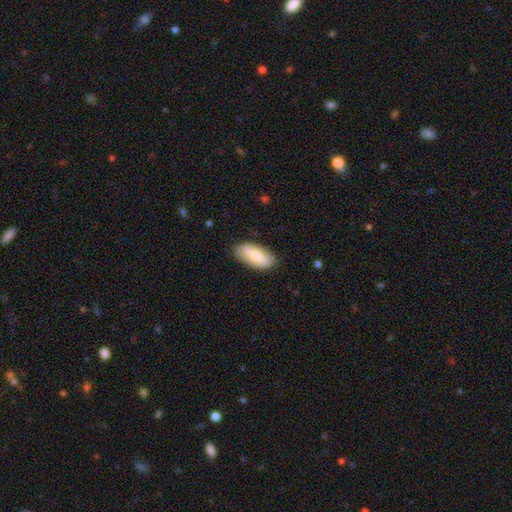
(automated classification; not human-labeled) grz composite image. It shows a smooth galaxy with no disk features (66%) that is in between round and cigar-shaped (85%). Merging: none (84%).